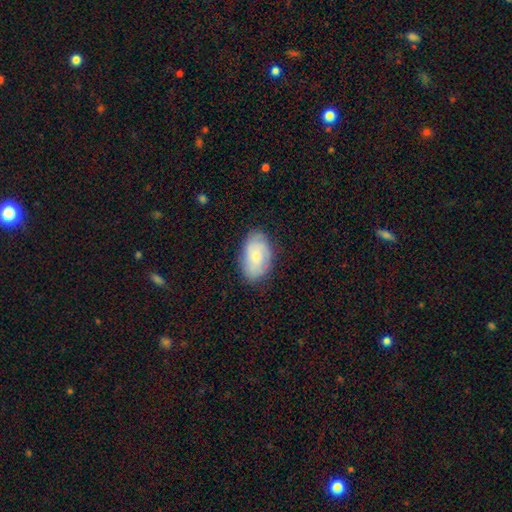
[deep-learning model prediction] Smooth or featured? smooth (54%)
How rounded? in between (91%)
Merging? none (78%)